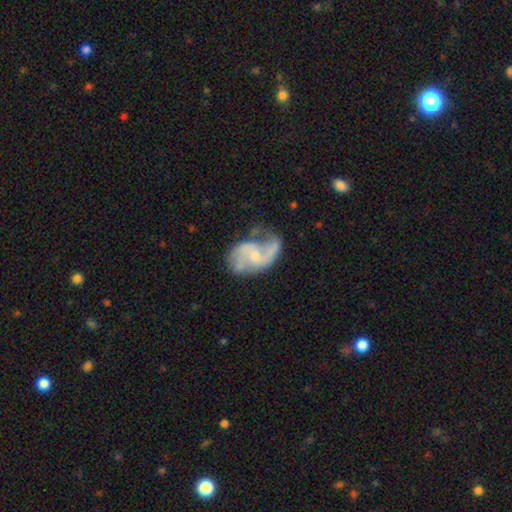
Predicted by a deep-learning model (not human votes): This appears to be a featured or disk galaxy (82%) with no bar (49%), 2 (83%) loose (50%) spiral arms (92%) and a small central bulge (57%). Merging: none (48%).